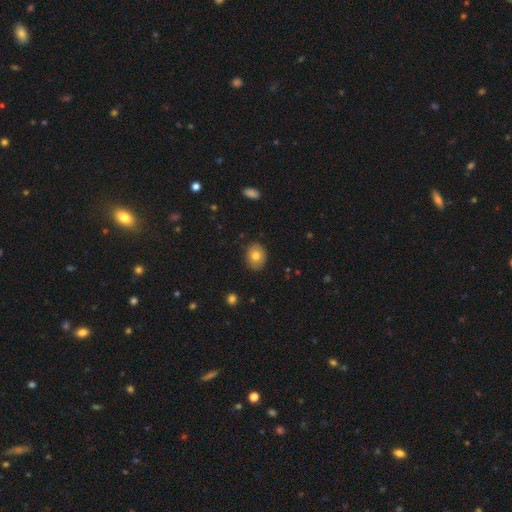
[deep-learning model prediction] The model was most divided on "how rounded": in between: 56%, round: 43%, cigar-shaped: 1%. More confident: merging — none (86%); smooth or featured — smooth (76%).